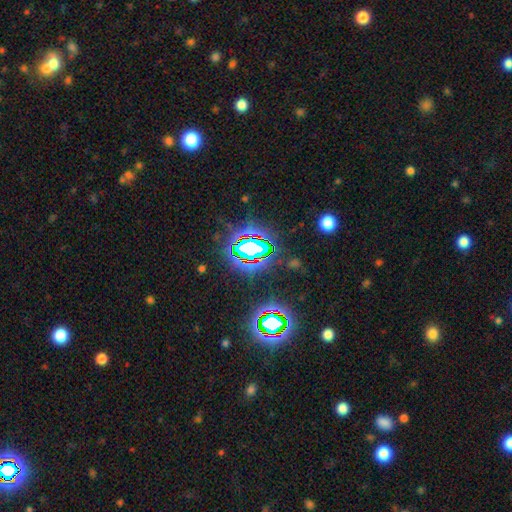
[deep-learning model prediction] Smooth or featured: star or artifact — 83% (smooth — 10%)